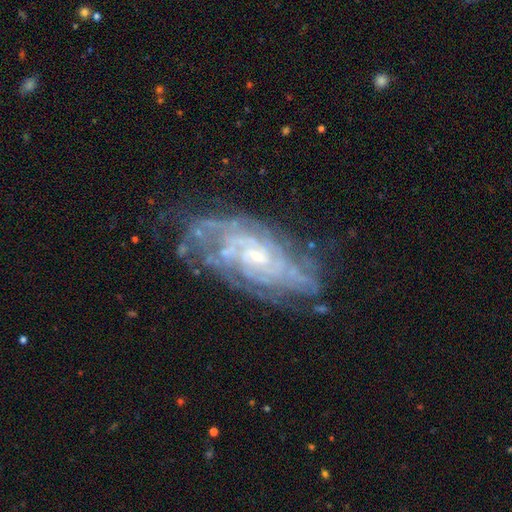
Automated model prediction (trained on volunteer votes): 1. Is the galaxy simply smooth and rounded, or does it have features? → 87% featured or disk, 7% star or artifact, 6% smooth.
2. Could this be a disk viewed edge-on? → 94% no, 6% yes.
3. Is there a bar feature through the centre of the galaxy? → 65% no, 28% weak, 7% strong.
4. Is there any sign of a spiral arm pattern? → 95% yes, 5% no.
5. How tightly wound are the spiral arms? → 71% tight, 24% medium, 5% loose.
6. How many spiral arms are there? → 41% can't tell, 16% 4, 15% 2, 13% 3, 10% more than 4, 6% 1.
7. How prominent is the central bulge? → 72% small, 23% moderate, 3% none, 1% large, 1% dominant.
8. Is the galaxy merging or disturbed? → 68% none, 21% minor disturbance, 9% major disturbance, 2% merger.